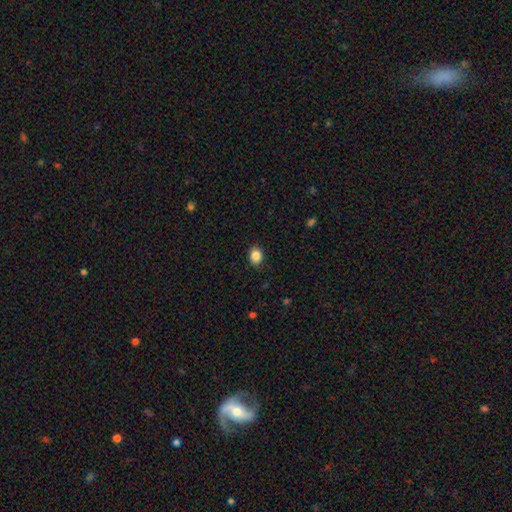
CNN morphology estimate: Overall: smooth (86%). How rounded: round (54%; in between 46%). Merging: none (89%).